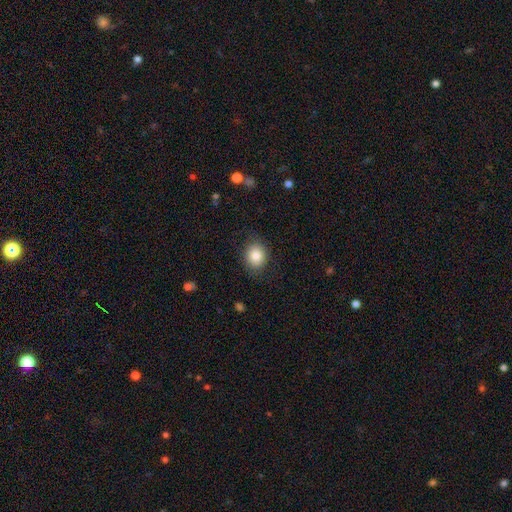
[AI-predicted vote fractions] Smooth or featured? Predicted: smooth (p=0.83). How rounded? Predicted: round (p=0.58). Merging? Predicted: none (p=0.80).